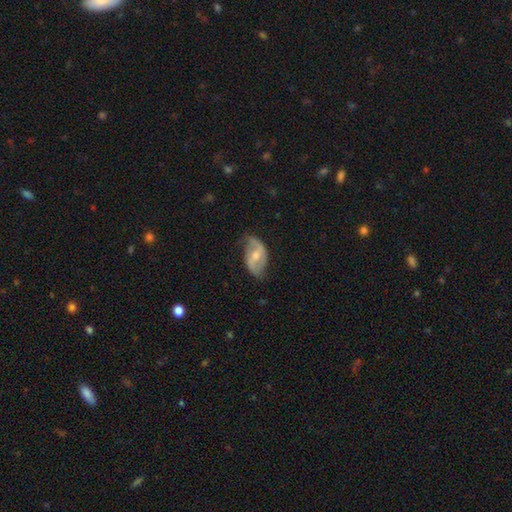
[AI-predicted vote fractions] A featured or disk galaxy (71%) with a weak bar (47%), 2 (85%) loose (53%) spiral arms (84%) and a moderate central bulge (61%). Merging: none (62%).